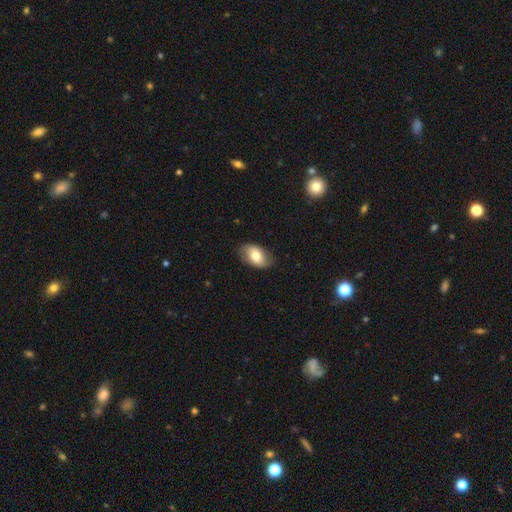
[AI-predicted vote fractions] smooth_or_featured: smooth (p=0.71) [alt: featured or disk p=0.23]
how_rounded: in between (p=0.91) [alt: round p=0.07]
merging: none (p=0.83) [alt: minor disturbance p=0.13]